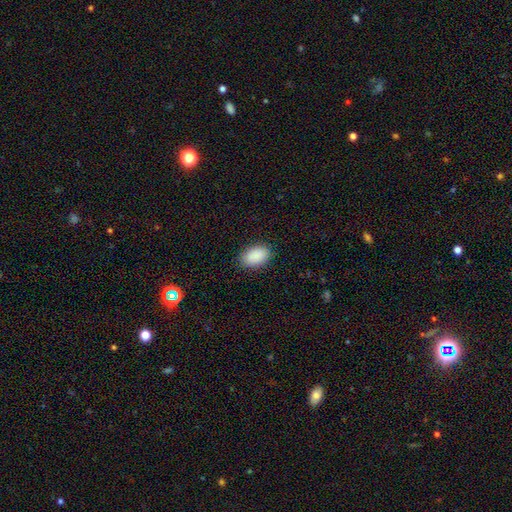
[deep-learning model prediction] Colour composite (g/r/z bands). It shows a smooth galaxy with no disk features (91%) that is in between round and cigar-shaped (91%). Merging: none (88%).